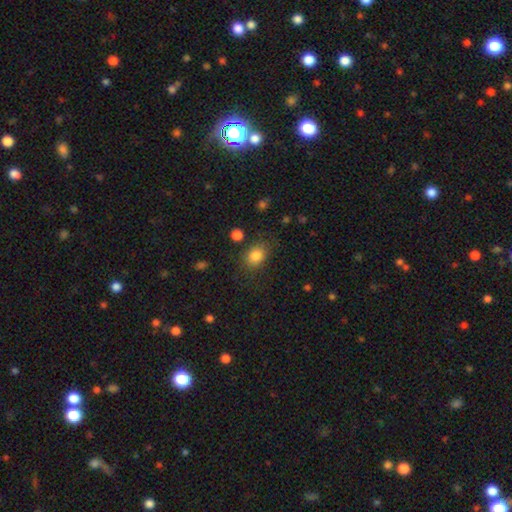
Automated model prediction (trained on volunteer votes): The model was most divided on "how rounded": in between: 57%, round: 42%, cigar-shaped: 1%. More confident: smooth or featured — smooth (84%); merging — none (77%).